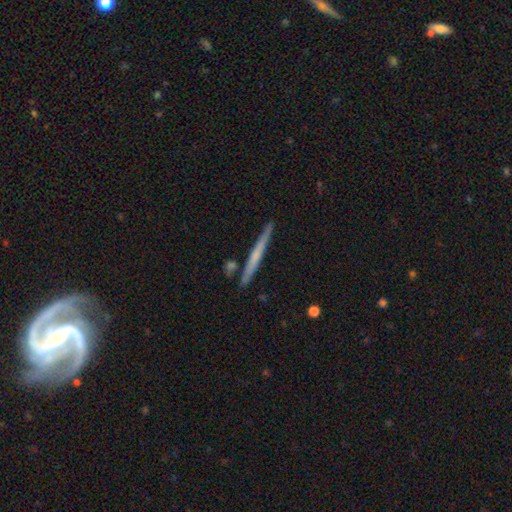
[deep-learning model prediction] smooth_or_featured: featured or disk (p=0.52) [alt: smooth p=0.42]
disk_edge_on: yes (p=0.97) [alt: no p=0.03]
edge_on_bulge: none (p=0.71) [alt: rounded p=0.23]
merging: none (p=0.87) [alt: minor disturbance p=0.08]